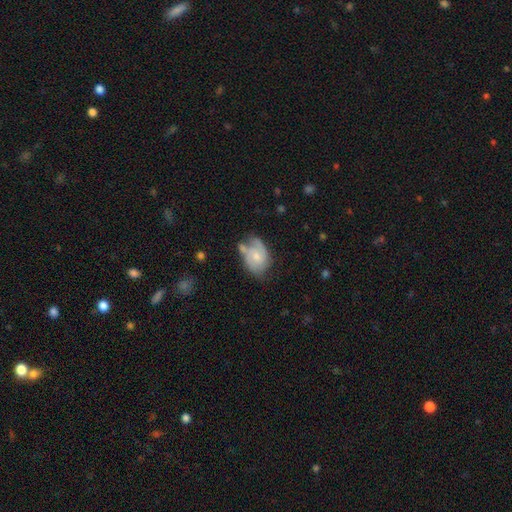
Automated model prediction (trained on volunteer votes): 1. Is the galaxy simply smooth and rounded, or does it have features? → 59% featured or disk, 34% smooth, 7% star or artifact.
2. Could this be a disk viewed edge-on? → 97% no, 3% yes.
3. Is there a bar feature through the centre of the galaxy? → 60% no, 35% weak, 5% strong.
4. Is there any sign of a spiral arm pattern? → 84% yes, 16% no.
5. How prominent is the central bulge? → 48% small, 43% moderate, 6% none, 3% large, 1% dominant.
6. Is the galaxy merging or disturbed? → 42% none, 29% minor disturbance, 15% merger, 14% major disturbance.